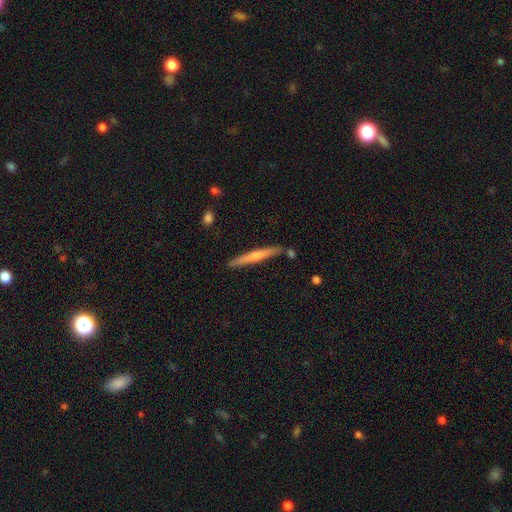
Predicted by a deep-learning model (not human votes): featured or disk 62%, smooth 32%, star or artifact 7%. Down the decision tree: edge-on disk — yes (97%); edge-on bulge — rounded (71%); merging — none (87%).